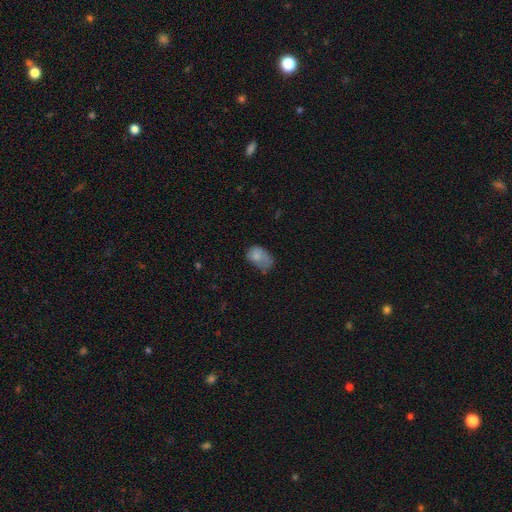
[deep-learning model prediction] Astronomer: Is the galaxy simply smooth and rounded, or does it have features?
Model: smooth — 68%.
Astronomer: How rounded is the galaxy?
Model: in between — 82%.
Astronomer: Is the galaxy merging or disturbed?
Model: minor disturbance — 33%, tied with major disturbance at 33%.